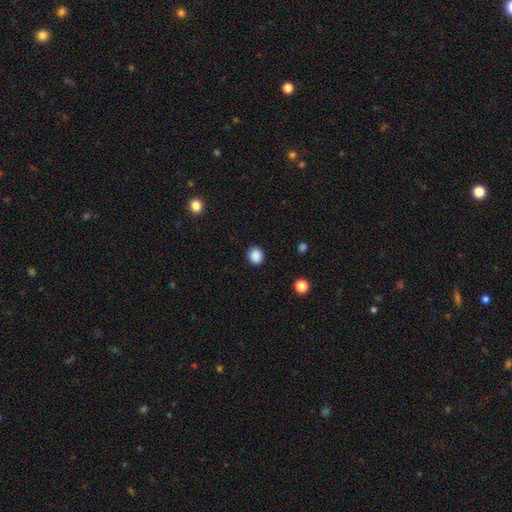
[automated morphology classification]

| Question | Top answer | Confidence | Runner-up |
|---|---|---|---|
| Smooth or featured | smooth | 88% | star or artifact (10%) |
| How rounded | round | 80% | in between (19%) |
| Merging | none | 90% | minor disturbance (7%) |